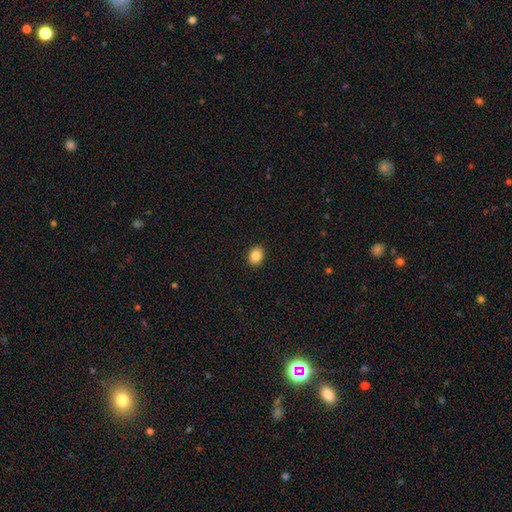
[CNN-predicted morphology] The model was most divided on "how rounded": in between: 60%, round: 39%, cigar-shaped: 1%. More confident: merging — none (91%); smooth or featured — smooth (85%).